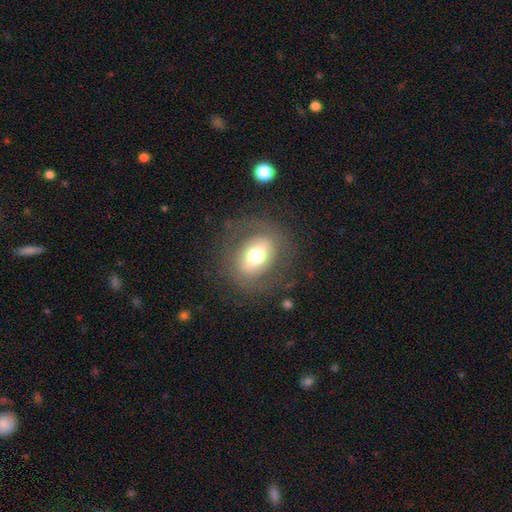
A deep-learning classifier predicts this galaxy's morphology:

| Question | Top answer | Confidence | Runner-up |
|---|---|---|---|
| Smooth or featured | smooth | 49% | featured or disk (41%) |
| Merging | none | 78% | minor disturbance (12%) |